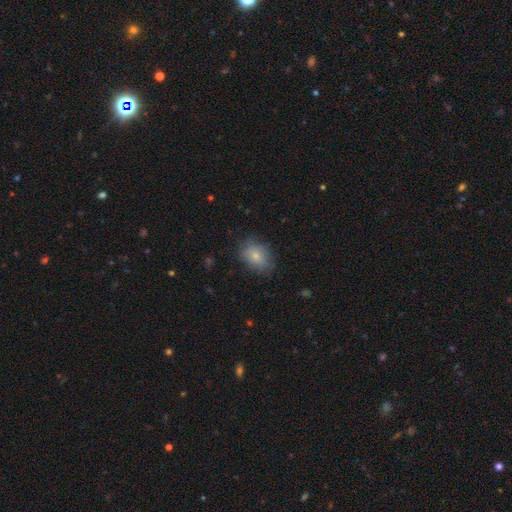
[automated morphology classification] Q: Smooth or featured?
A: smooth (78%); runner-up: featured or disk (14%)
Q: How rounded?
A: in between (74%); runner-up: round (24%)
Q: Merging?
A: none (75%); runner-up: minor disturbance (19%)